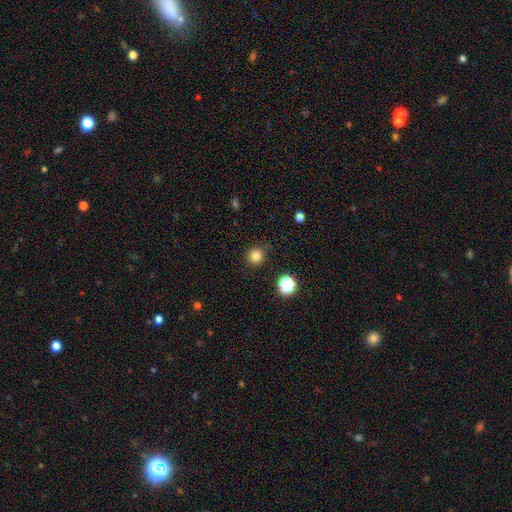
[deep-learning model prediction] Overall: smooth (82%). How rounded: round (94%). Merging: none (89%).